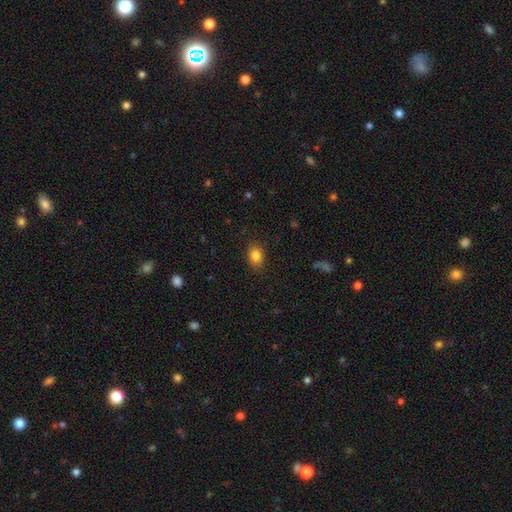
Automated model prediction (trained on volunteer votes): smooth-or-featured: smooth: 84% | star or artifact: 10% | featured or disk: 6%
  how-rounded: in between: 69% | round: 30% | cigar-shaped: 1%
  merging: none: 87% | minor disturbance: 9% | major disturbance: 2% | merger: 1%